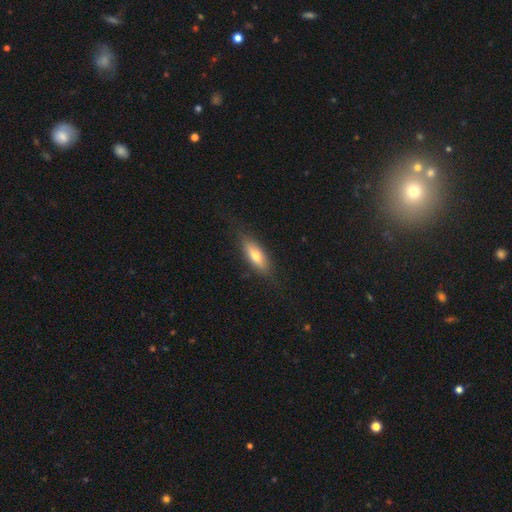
smooth-or-featured: smooth: 61% | featured or disk: 36% | star or artifact: 3%
  how-rounded: in between: 59% | cigar-shaped: 41% | round: 0%
  merging: none: 77% | minor disturbance: 17% | major disturbance: 6% | merger: 0%